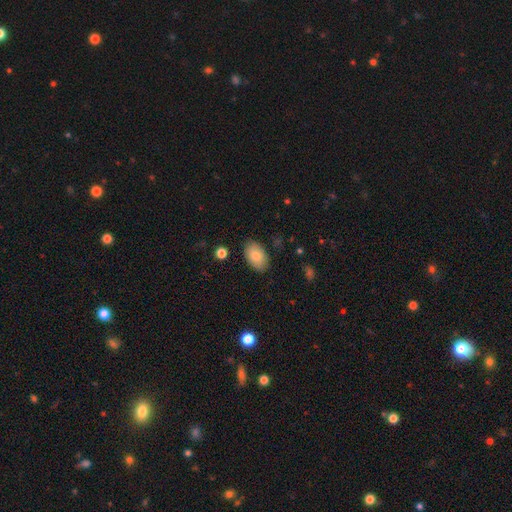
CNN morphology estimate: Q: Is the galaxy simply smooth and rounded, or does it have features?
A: smooth — 81%.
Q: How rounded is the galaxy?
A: in between — 93%.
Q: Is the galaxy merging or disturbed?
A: none — 85%.